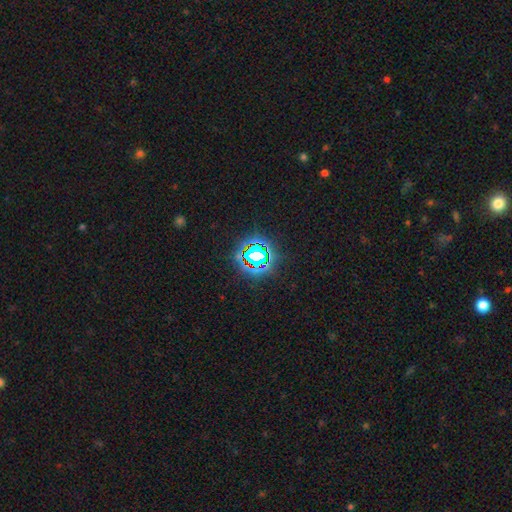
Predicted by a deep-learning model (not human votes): Overall: star or artifact (71%).